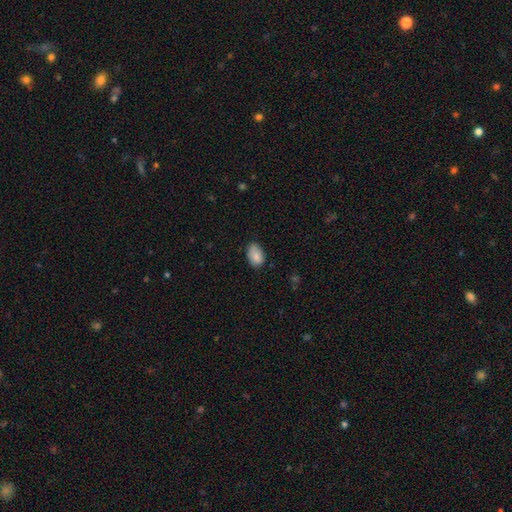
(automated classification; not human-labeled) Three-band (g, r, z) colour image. It shows a smooth galaxy with no disk features (85%) that is in between round and cigar-shaped (88%). Merging: none (68%).